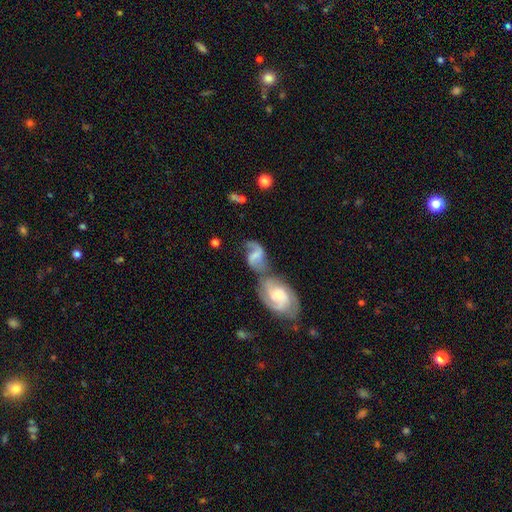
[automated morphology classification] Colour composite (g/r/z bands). It shows a featured or disk galaxy (73%) with a weak bar (47%), 2 (83%) loose (48%) spiral arms (92%) and a small central bulge (39%). Merging: merger (66%).